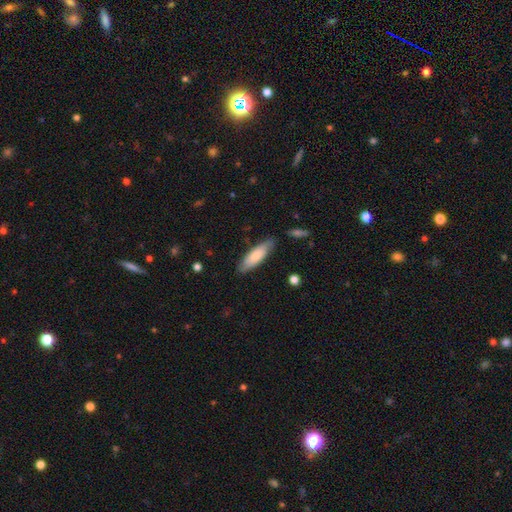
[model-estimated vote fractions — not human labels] A smooth galaxy with no disk features (73%) that is cigar-shaped (56%).

Vote fractions:
- Smooth or featured? smooth: 73% / featured or disk: 22% / star or artifact: 5%
- How rounded? cigar-shaped: 56% / in between: 43% / round: 1%
- Merging? none: 82% / minor disturbance: 14% / major disturbance: 3% / merger: 2%